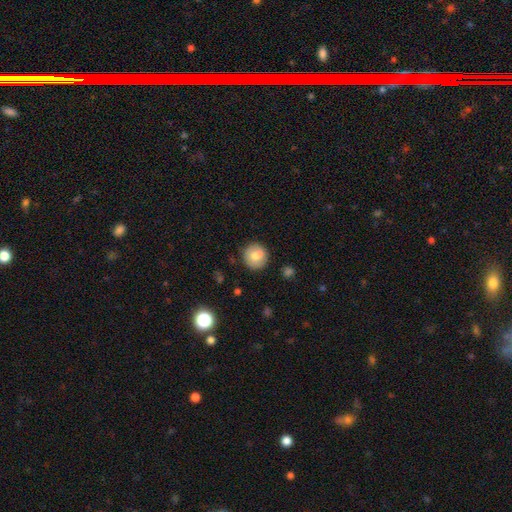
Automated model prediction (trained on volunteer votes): smooth-or-featured: smooth: 75% | featured or disk: 17% | star or artifact: 8%
  how-rounded: round: 90% | in between: 9% | cigar-shaped: 1%
  merging: none: 84% | minor disturbance: 11% | major disturbance: 3% | merger: 2%